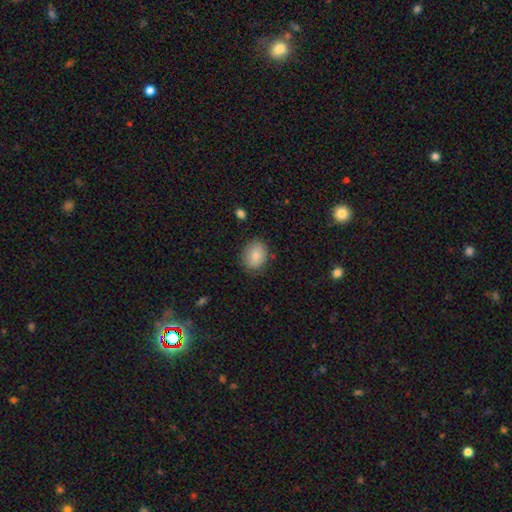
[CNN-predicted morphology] Smooth or featured? Predicted: smooth (p=0.84). How rounded? Predicted: in between (p=0.52). Merging? Predicted: none (p=0.81).